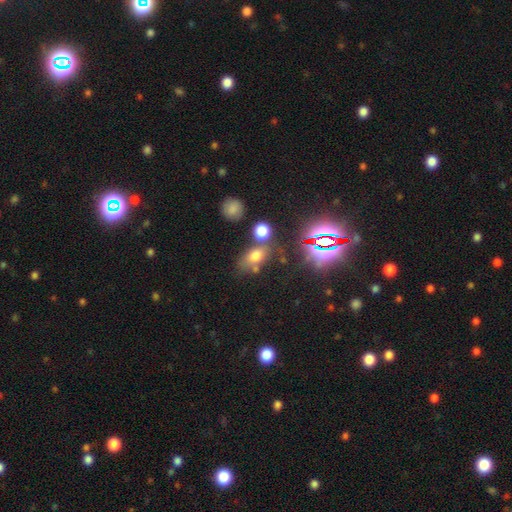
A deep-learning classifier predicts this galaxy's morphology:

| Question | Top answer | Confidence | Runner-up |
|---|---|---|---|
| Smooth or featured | smooth | 65% | star or artifact (22%) |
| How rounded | in between | 74% | round (22%) |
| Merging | none | 55% | merger (23%) |